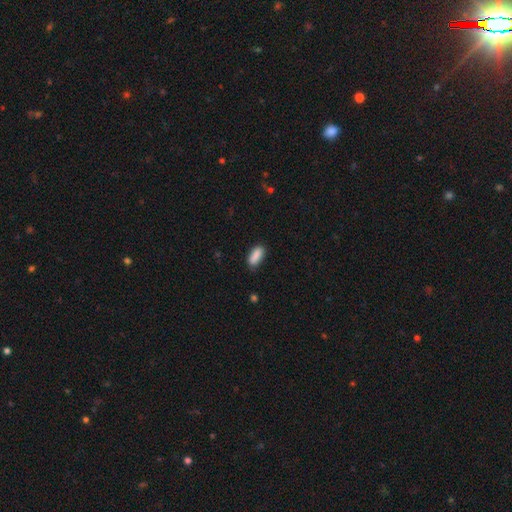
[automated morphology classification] Smooth or featured: smooth — 88% (star or artifact — 7%)
How rounded: in between — 78% (cigar-shaped — 19%)
Merging: none — 78% (minor disturbance — 17%)